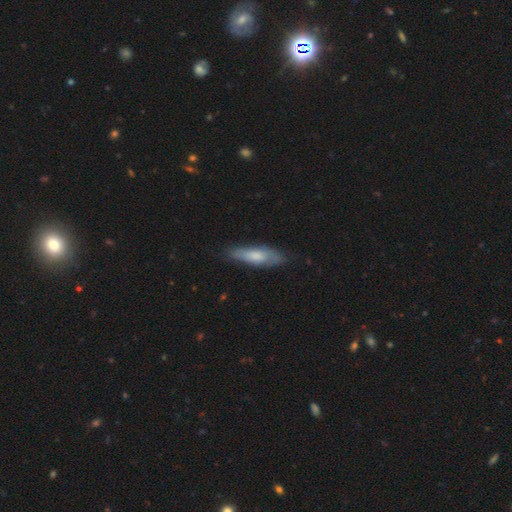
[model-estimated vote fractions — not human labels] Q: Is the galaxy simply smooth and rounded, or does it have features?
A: smooth — 66%.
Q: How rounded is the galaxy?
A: cigar-shaped — 60%.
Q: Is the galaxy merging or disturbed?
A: none — 75%.